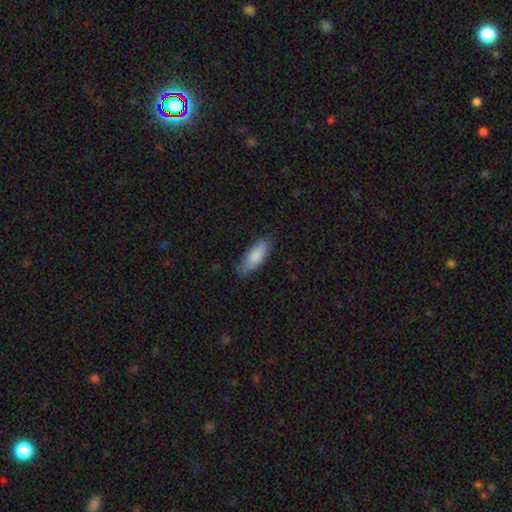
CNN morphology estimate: type=smooth (85%); roundness=in between (66%); merging=none (78%).